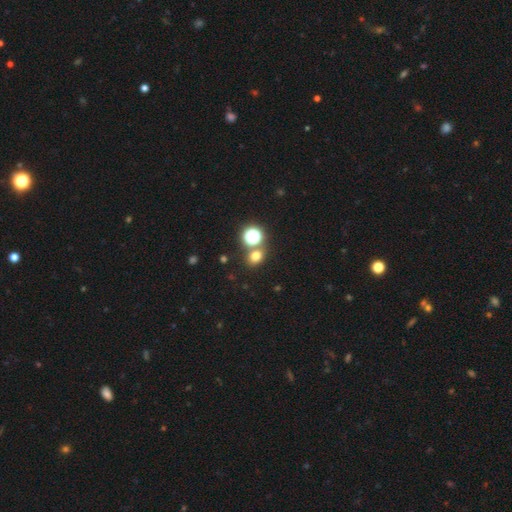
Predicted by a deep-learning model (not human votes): A smooth galaxy with no disk features (69%) that is round (66%).

Vote fractions:
- Smooth or featured? smooth: 69% / star or artifact: 24% / featured or disk: 7%
- How rounded? round: 66% / in between: 33% / cigar-shaped: 1%
- Merging? none: 72% / merger: 16% / minor disturbance: 8% / major disturbance: 3%